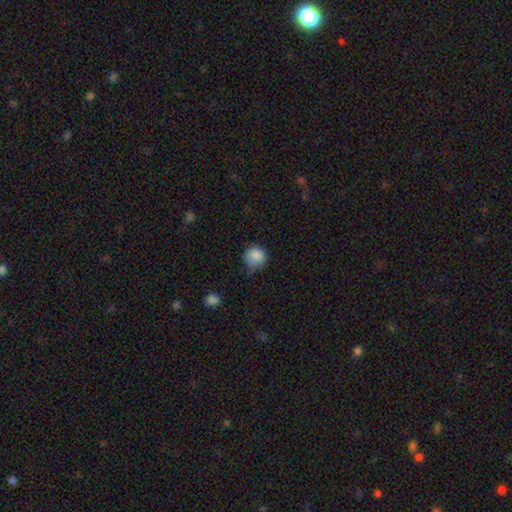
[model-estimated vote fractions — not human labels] smooth_or_featured: smooth (p=0.86) [alt: star or artifact p=0.09]
how_rounded: round (p=0.86) [alt: in between p=0.13]
merging: none (p=0.65) [alt: minor disturbance p=0.27]